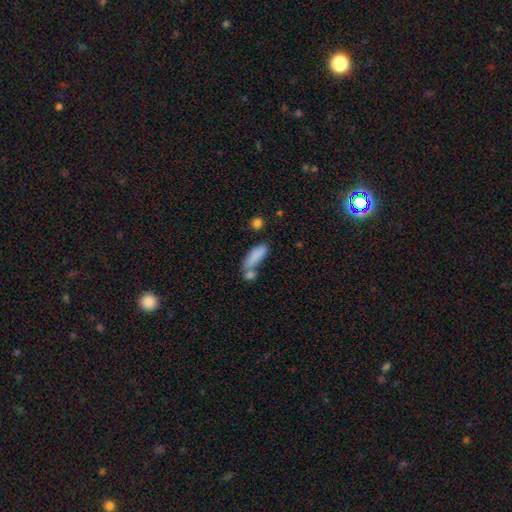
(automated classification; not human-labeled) smooth_or_featured: smooth (p=0.81) [alt: featured or disk p=0.11]
how_rounded: in between (p=0.53) [alt: cigar-shaped p=0.45]
merging: none (p=0.40) [alt: merger p=0.34]